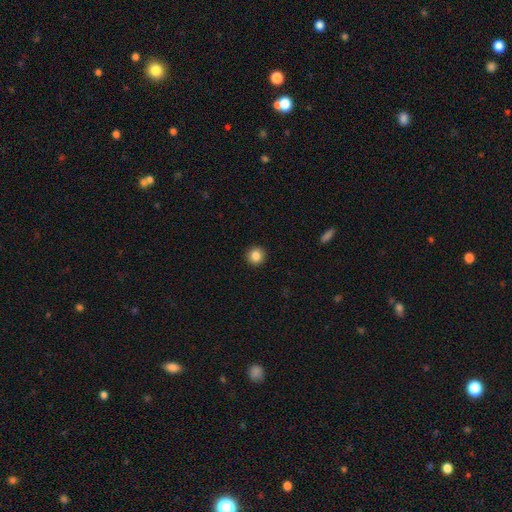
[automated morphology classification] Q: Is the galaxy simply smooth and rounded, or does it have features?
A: smooth — 86%.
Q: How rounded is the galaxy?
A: round — 94%.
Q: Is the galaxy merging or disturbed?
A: none — 93%.